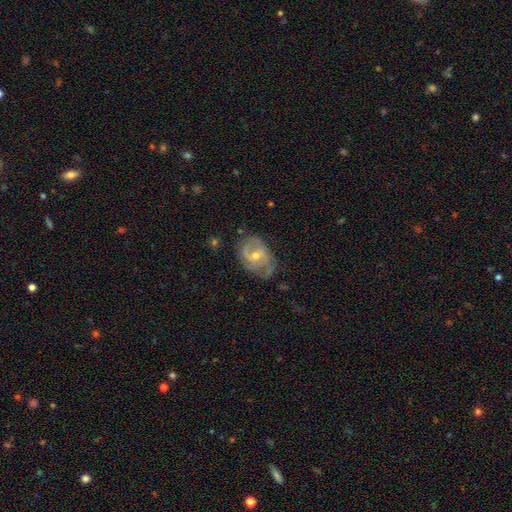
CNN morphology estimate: type=featured or disk (81%); edge-on=no (97%); bar=weak (46%); spiral arms=yes (92%); winding=medium (47%); arm count=2 (65%); bulge=moderate (50%); merging=none (67%).